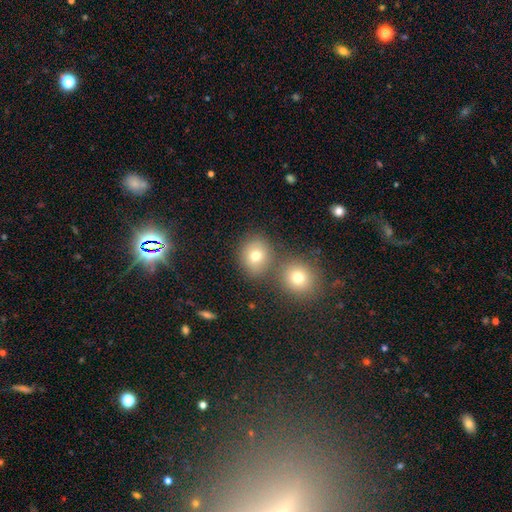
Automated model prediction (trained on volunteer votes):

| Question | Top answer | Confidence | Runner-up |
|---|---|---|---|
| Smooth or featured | smooth | 76% | star or artifact (14%) |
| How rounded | round | 76% | in between (23%) |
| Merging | none | 66% | merger (22%) |